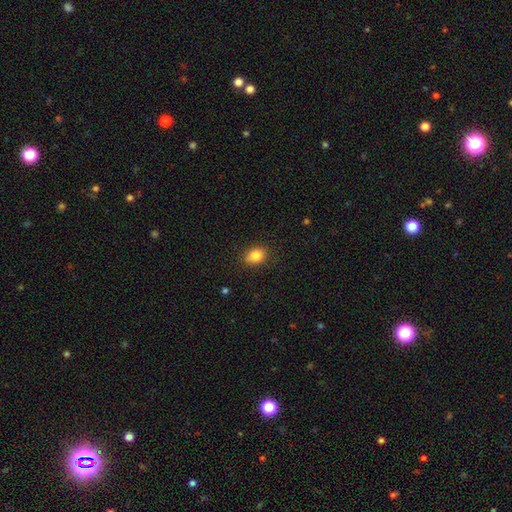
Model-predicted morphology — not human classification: smooth-or-featured: smooth: 84% | star or artifact: 10% | featured or disk: 6%
  how-rounded: in between: 57% | round: 42% | cigar-shaped: 1%
  merging: none: 81% | minor disturbance: 15% | major disturbance: 3% | merger: 2%